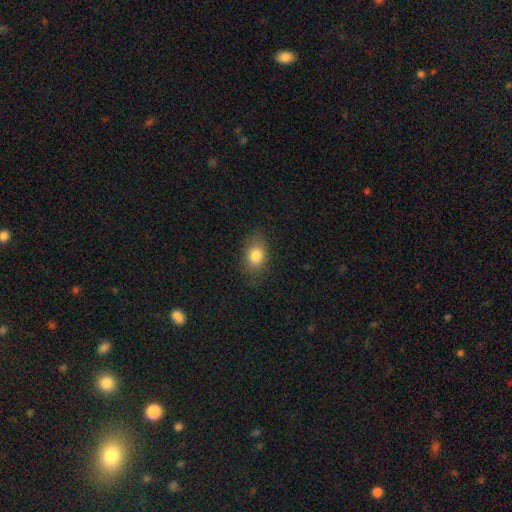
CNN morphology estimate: A smooth galaxy with no disk features (81%) that is in between round and cigar-shaped (75%). Merging: none (81%).